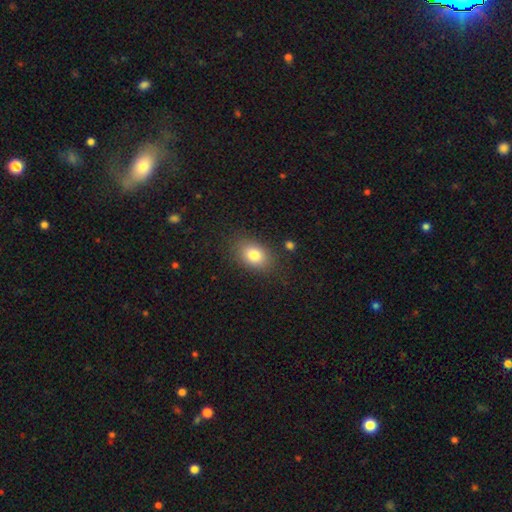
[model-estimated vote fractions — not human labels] Smooth or featured? smooth (81%)
How rounded? in between (79%)
Merging? none (83%)